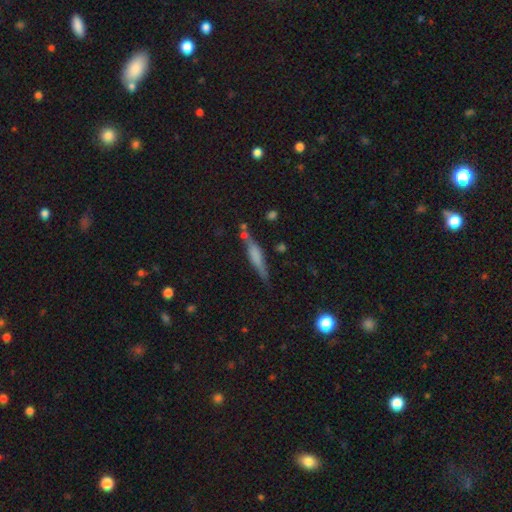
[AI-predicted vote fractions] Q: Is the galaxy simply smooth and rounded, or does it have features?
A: featured or disk — 48%.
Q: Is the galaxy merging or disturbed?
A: none — 72%.